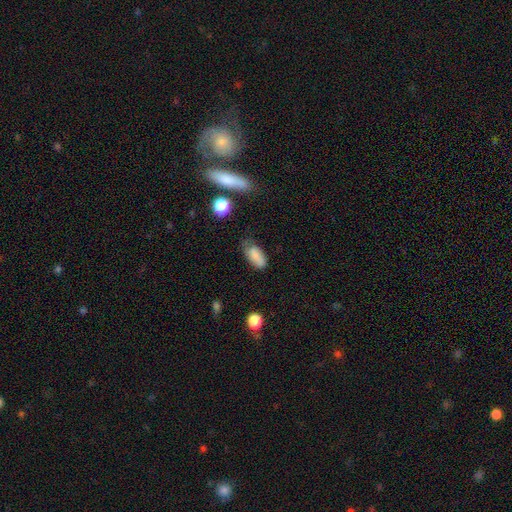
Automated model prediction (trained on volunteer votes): Q: Smooth or featured?
A: smooth (80%); runner-up: featured or disk (11%)
Q: How rounded?
A: in between (91%); runner-up: cigar-shaped (6%)
Q: Merging?
A: none (51%); runner-up: minor disturbance (34%)